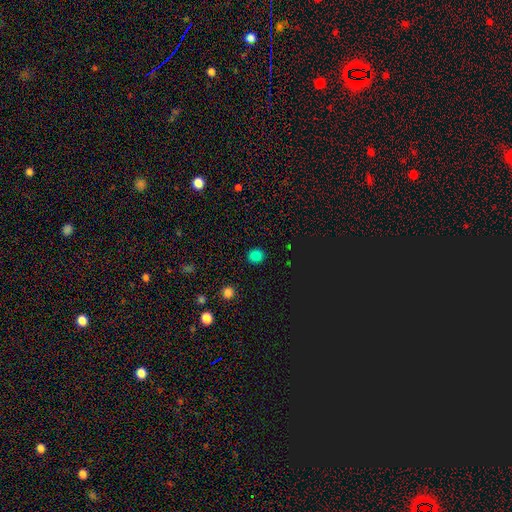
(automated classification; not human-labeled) This is clearly a smooth galaxy (81%). How rounded: clearly round (86%). Merging: clearly none (91%).